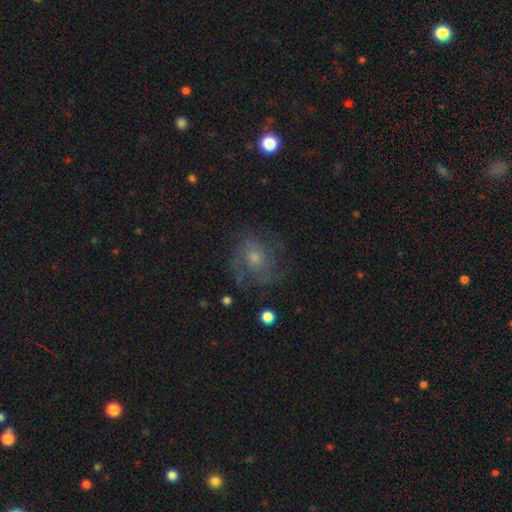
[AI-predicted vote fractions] The model was most divided on "spiral winding": medium: 44%, tight: 41%, loose: 15%. Remaining: edge-on disk — no (97%); spiral arms — yes (87%); bar — no (73%); merging — none (70%); smooth or featured — featured or disk (64%); bulge size — moderate (50%); spiral arm count — can't tell (37%).